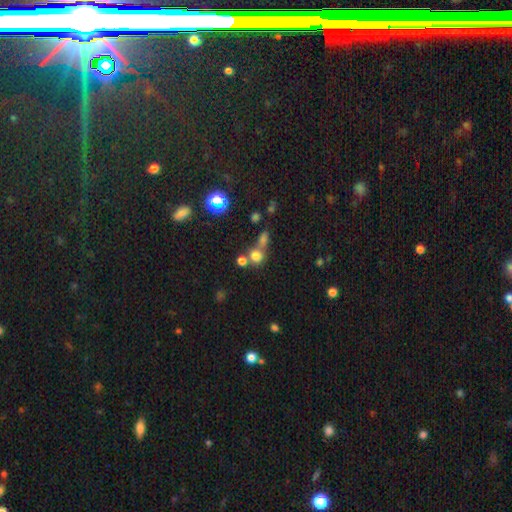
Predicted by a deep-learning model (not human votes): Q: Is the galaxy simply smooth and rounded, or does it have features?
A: smooth — 70%.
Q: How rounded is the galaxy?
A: round — 84%.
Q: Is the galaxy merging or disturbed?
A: none — 50%.